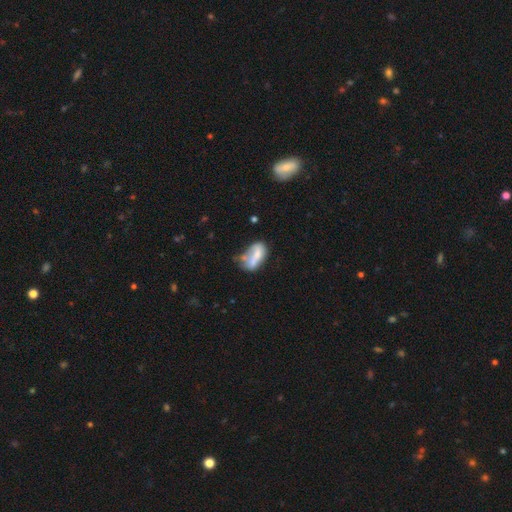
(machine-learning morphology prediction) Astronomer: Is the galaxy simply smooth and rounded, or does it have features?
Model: smooth — 58% (runner-up: featured or disk, 34%).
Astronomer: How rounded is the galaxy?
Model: in between — 85%.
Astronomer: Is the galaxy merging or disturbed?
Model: merger — 27% (runner-up: none, 26%).